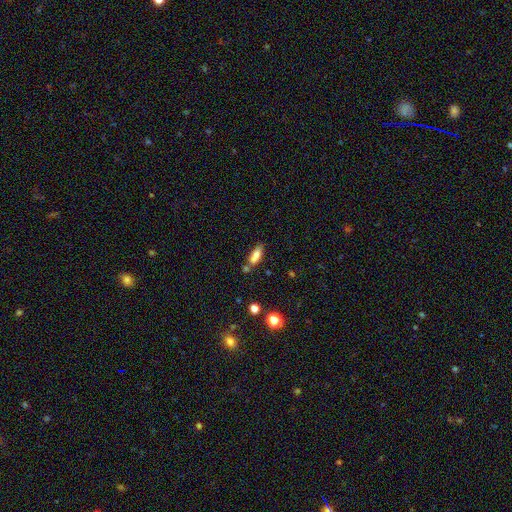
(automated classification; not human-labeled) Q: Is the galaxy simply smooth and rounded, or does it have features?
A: smooth — 73%.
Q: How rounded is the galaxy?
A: in between — 68%.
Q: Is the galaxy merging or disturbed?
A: none — 54%.